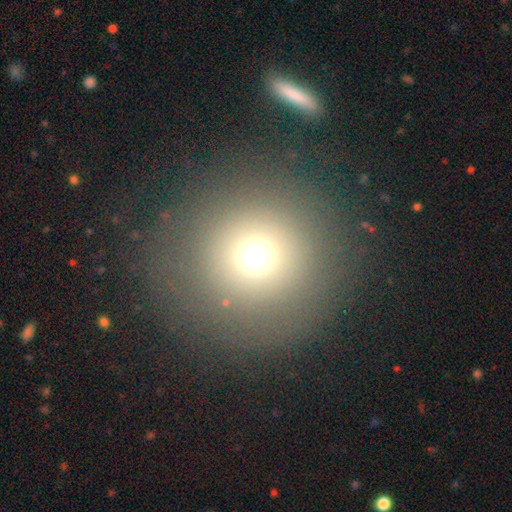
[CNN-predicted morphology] This is likely a smooth galaxy (70%). How rounded: clearly round (95%). Merging: clearly none (81%).